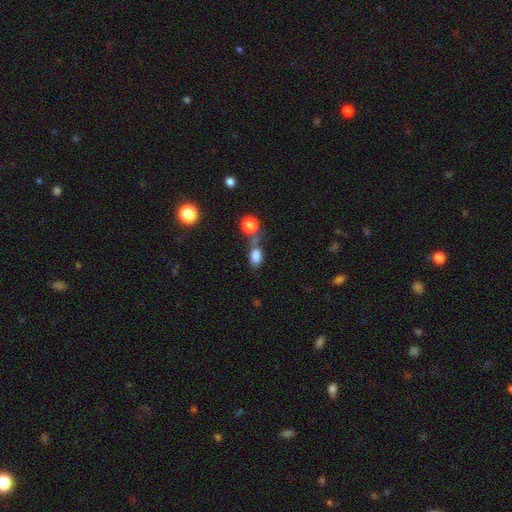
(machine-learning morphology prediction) smooth-or-featured: smooth: 82% | star or artifact: 11% | featured or disk: 7%
  how-rounded: in between: 82% | round: 15% | cigar-shaped: 3%
  merging: none: 46% | merger: 31% | minor disturbance: 16% | major disturbance: 7%